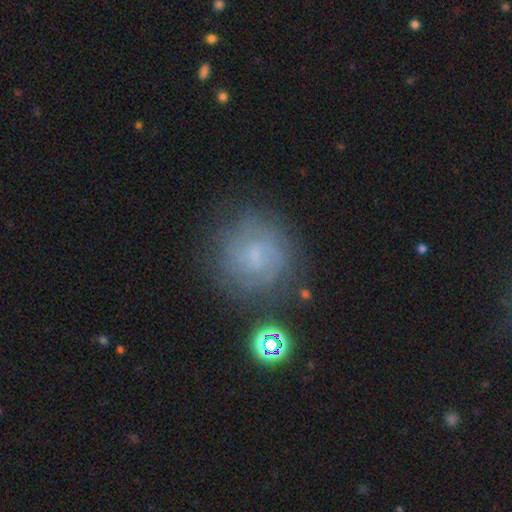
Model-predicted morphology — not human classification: Smooth or featured?
  - featured or disk: 56% *
  - smooth: 31%
  - star or artifact: 13%
Edge-on disk?
  - no: 97% *
  - yes: 3%
Bar?
  - no: 54% *
  - weak: 39%
  - strong: 6%
Spiral arms?
  - yes: 82% *
  - no: 18%
Bulge size?
  - small: 63% *
  - none: 22%
  - moderate: 13%
  - large: 1%
  - dominant: 1%
Merging?
  - none: 75% *
  - minor disturbance: 14%
  - major disturbance: 7%
  - merger: 3%